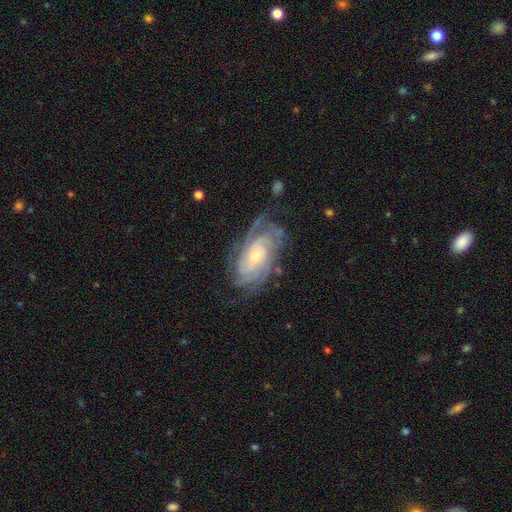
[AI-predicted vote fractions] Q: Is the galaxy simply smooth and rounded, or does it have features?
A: featured or disk — 85%.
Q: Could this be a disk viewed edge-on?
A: no — 95%.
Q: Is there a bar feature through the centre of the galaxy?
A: no — 68%.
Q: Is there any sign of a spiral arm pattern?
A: yes — 96%.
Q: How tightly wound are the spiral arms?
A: tight — 68%.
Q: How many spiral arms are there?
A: can't tell — 36%.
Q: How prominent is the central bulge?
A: small — 63%.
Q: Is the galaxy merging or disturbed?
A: none — 67%.